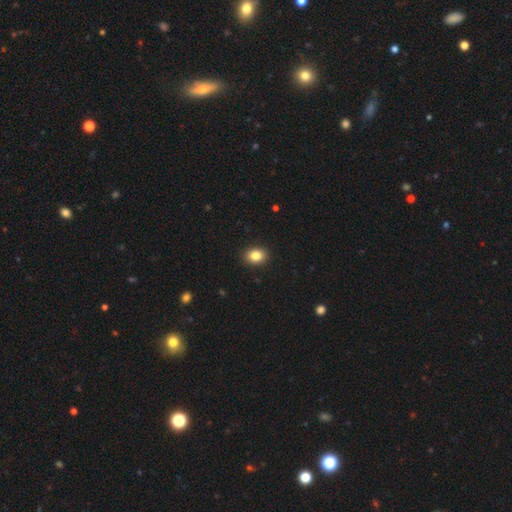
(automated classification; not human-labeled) smooth-or-featured: smooth: 85% | star or artifact: 10% | featured or disk: 5%
  how-rounded: in between: 60% | round: 39% | cigar-shaped: 1%
  merging: none: 91% | minor disturbance: 7% | major disturbance: 2% | merger: 1%